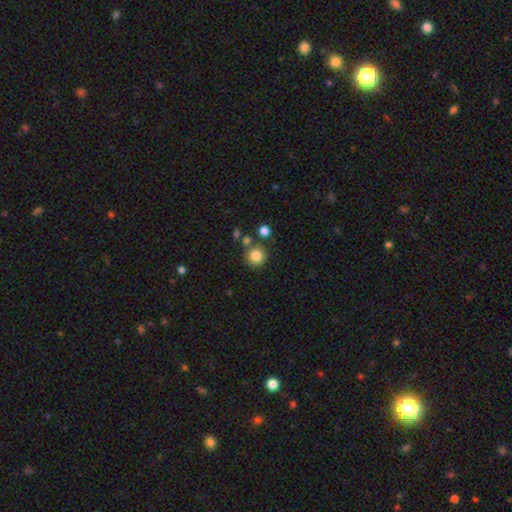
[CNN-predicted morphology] Smooth or featured? smooth (83%)
How rounded? round (93%)
Merging? none (75%)